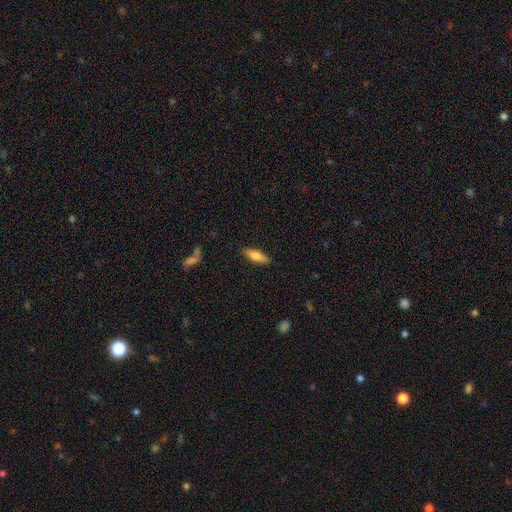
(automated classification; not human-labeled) Smooth or featured: smooth — 67% (featured or disk — 27%)
How rounded: cigar-shaped — 54% (in between — 44%)
Merging: none — 85% (minor disturbance — 11%)